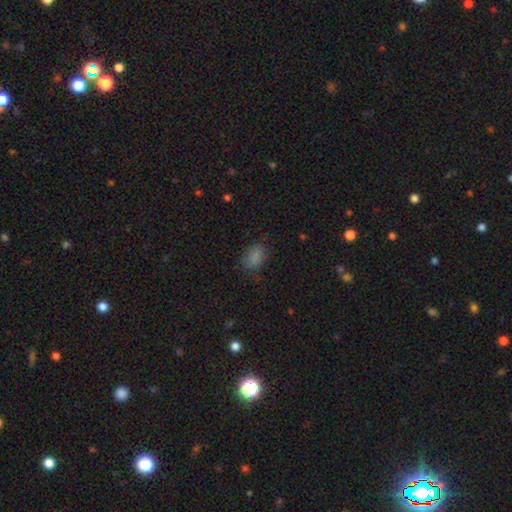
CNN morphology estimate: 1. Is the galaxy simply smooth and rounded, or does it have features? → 77% smooth, 17% star or artifact, 6% featured or disk.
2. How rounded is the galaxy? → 82% in between, 16% round, 2% cigar-shaped.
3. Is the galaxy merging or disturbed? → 74% none, 17% minor disturbance, 7% major disturbance, 2% merger.